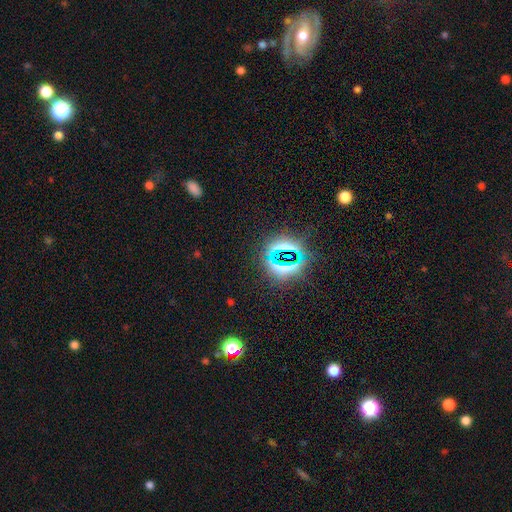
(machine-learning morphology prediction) Smooth or featured: star or artifact — 74% (smooth — 16%)